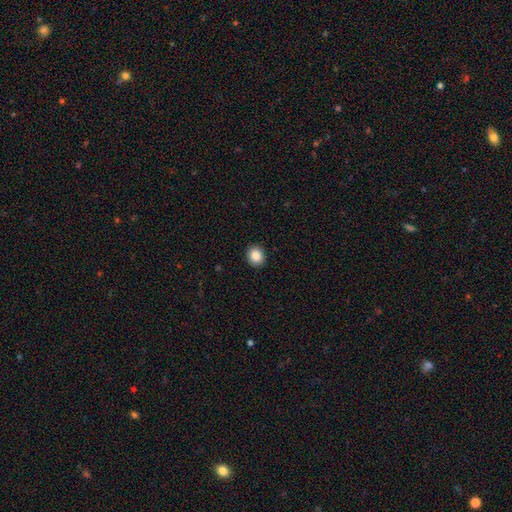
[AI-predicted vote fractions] Q: Smooth or featured?
A: smooth (87%); runner-up: star or artifact (9%)
Q: How rounded?
A: round (69%); runner-up: in between (30%)
Q: Merging?
A: none (91%); runner-up: minor disturbance (6%)